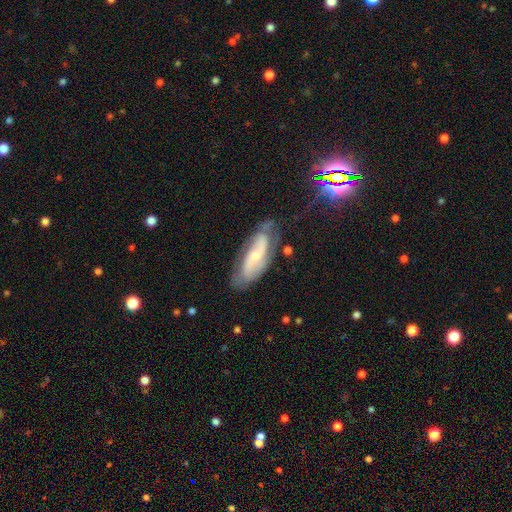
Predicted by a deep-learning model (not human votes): smooth-or-featured: featured or disk: 74% | smooth: 18% | star or artifact: 8%
  disk-edge-on: no: 89% | yes: 11%
    bar: no: 49% | weak: 35% | strong: 15%
    has-spiral-arms: yes: 91% | no: 9%
      spiral-winding: medium: 43% | tight: 31% | loose: 26%
      spiral-arm-count: 2: 73% | can't tell: 17% | 3: 4% | 1: 3% | 4: 2% | more than 4: 1%
    bulge-size: small: 65% | moderate: 29% | none: 3% | large: 2% | dominant: 1%
  merging: none: 68% | minor disturbance: 22% | major disturbance: 8% | merger: 3%